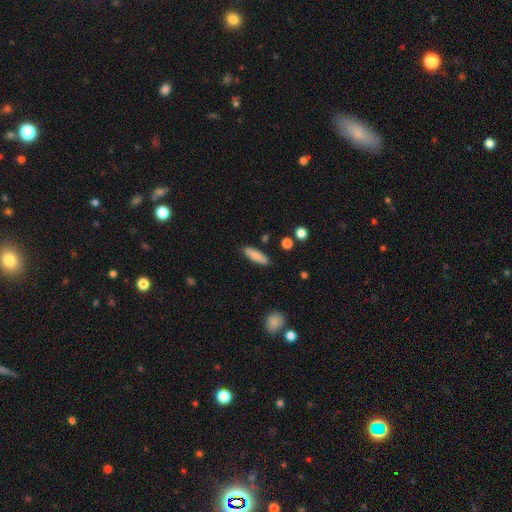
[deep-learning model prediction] Smooth or featured: smooth — 84% (featured or disk — 9%)
How rounded: cigar-shaped — 57% (in between — 41%)
Merging: none — 87% (minor disturbance — 9%)